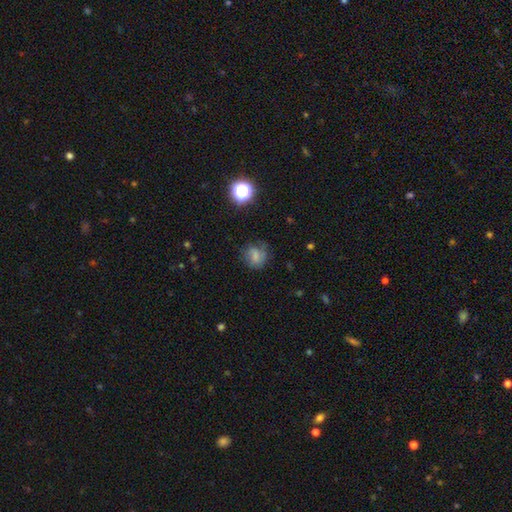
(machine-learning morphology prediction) type=smooth (61%); roundness=round (71%); merging=none (62%).